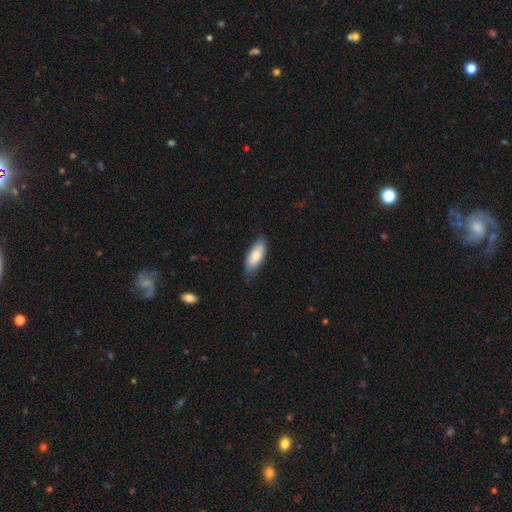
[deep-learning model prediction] smooth-or-featured: smooth: 79% | featured or disk: 15% | star or artifact: 6%
  how-rounded: in between: 78% | cigar-shaped: 21% | round: 2%
  merging: none: 74% | minor disturbance: 22% | major disturbance: 3% | merger: 1%